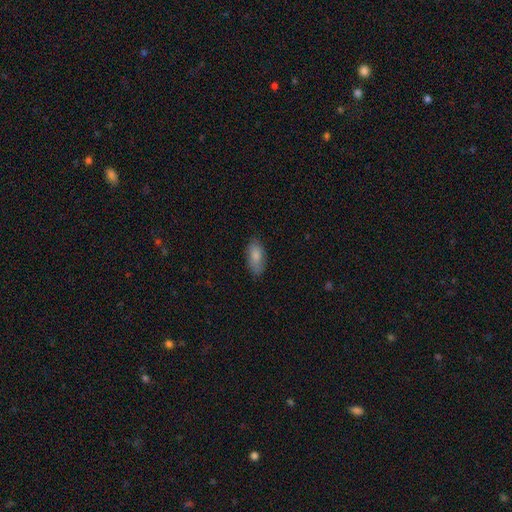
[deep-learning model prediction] The model was most divided on "merging": none: 82%, minor disturbance: 14%, major disturbance: 3%, merger: 1%. More confident: how rounded — in between (87%); smooth or featured — smooth (84%).